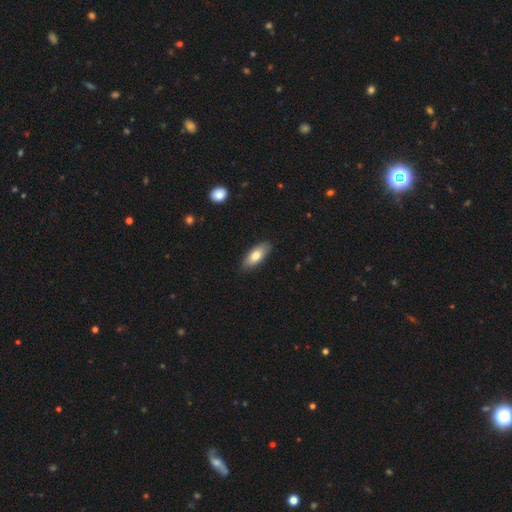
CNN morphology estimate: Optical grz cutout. It shows a smooth galaxy with no disk features (75%) that is in between round and cigar-shaped (78%). Merging: none (86%).